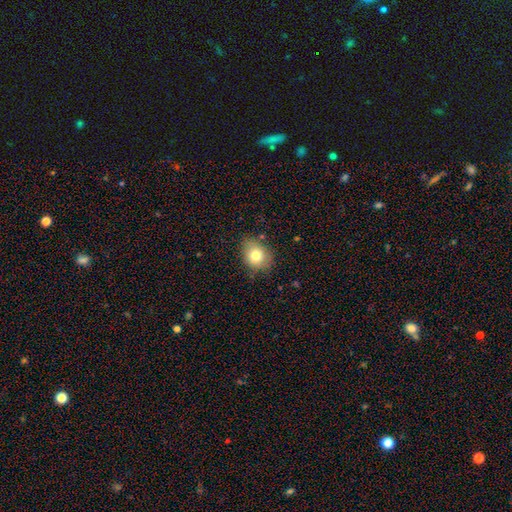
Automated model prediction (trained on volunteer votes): Q: Smooth or featured?
A: smooth (77%); runner-up: featured or disk (13%)
Q: How rounded?
A: round (53%); runner-up: in between (46%)
Q: Merging?
A: none (71%); runner-up: minor disturbance (22%)